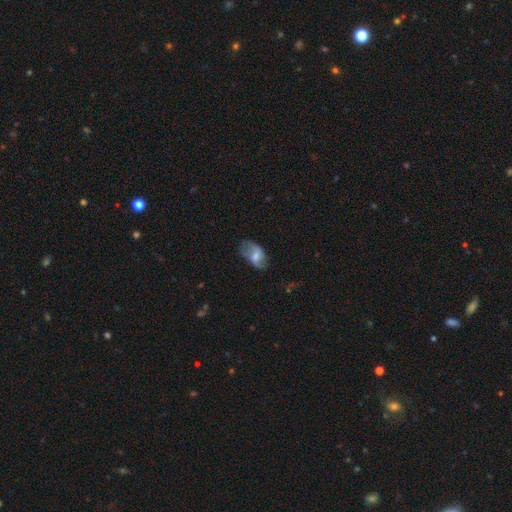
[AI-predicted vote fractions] smooth 55%, featured or disk 37%, star or artifact 8%. Down the decision tree: how rounded — in between (90%); merging — none (56%).